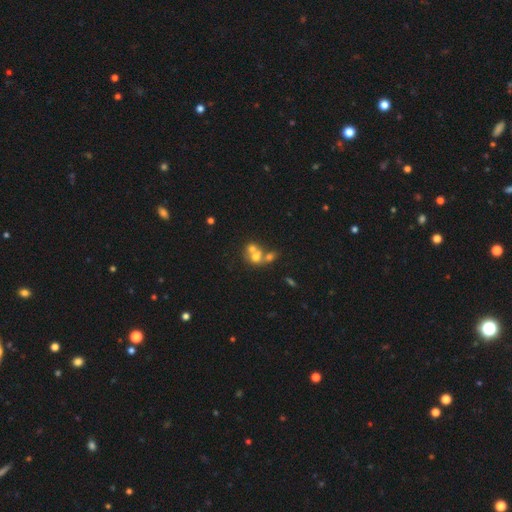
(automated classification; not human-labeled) This appears to be a smooth galaxy with no disk features (56%) that is round (66%). Merging: merger (66%).